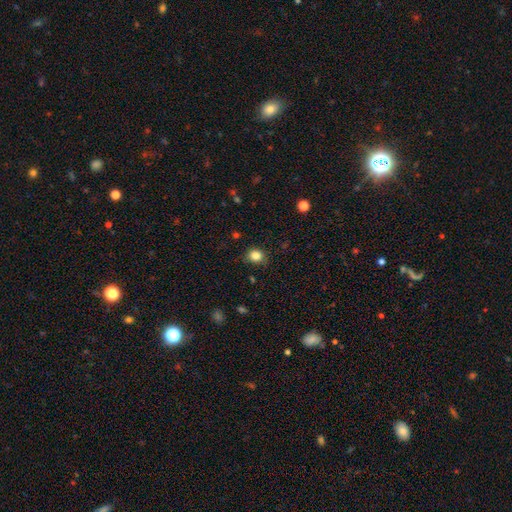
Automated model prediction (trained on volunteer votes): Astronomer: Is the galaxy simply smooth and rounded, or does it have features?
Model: smooth — 84%.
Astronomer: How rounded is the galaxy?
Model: round — 70%.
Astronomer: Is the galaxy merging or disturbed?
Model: none — 81%.